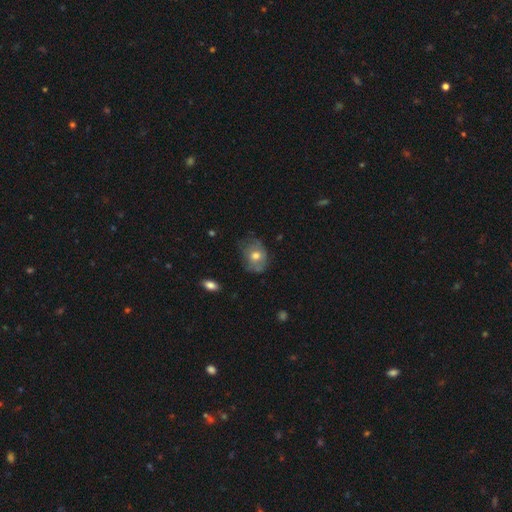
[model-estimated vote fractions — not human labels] The model was most divided on "how rounded": in between: 52%, round: 47%, cigar-shaped: 1%. More confident: smooth or featured — smooth (61%); merging — none (53%).